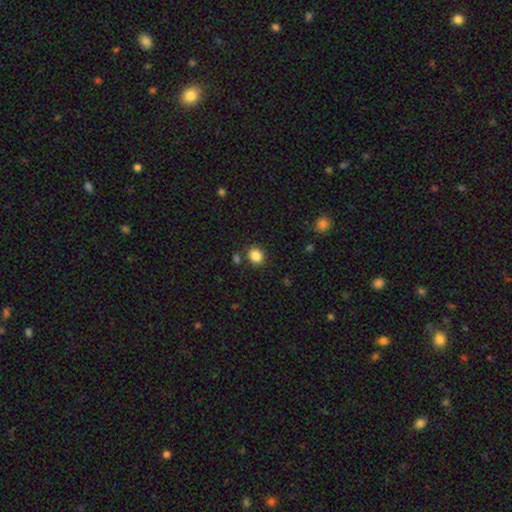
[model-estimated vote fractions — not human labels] A smooth galaxy with no disk features (85%) that is round (73%).

Vote fractions:
- Smooth or featured? smooth: 85% / star or artifact: 11% / featured or disk: 4%
- How rounded? round: 73% / in between: 26% / cigar-shaped: 1%
- Merging? none: 83% / minor disturbance: 9% / merger: 5% / major disturbance: 3%